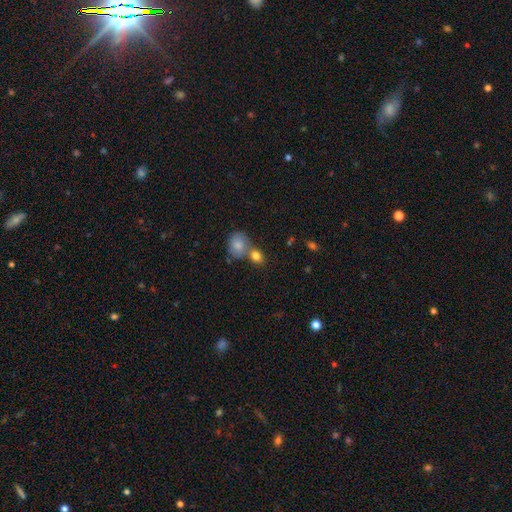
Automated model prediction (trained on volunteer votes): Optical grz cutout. It shows a smooth galaxy with no disk features (81%) that is round (51%). Merging: merger (44%).